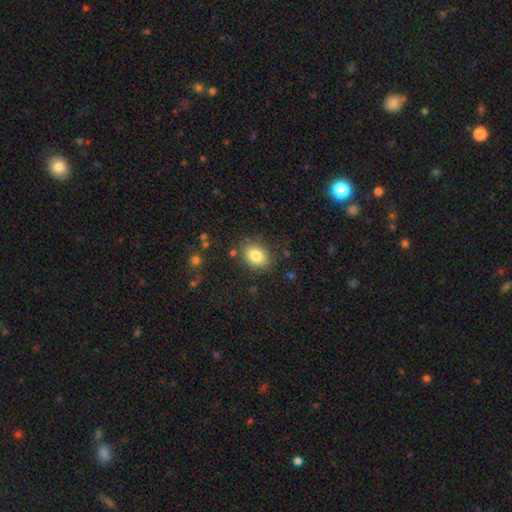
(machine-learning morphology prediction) smooth-or-featured: smooth: 83% | star or artifact: 9% | featured or disk: 8%
  how-rounded: in between: 63% | round: 36% | cigar-shaped: 1%
  merging: none: 82% | minor disturbance: 12% | major disturbance: 4% | merger: 2%